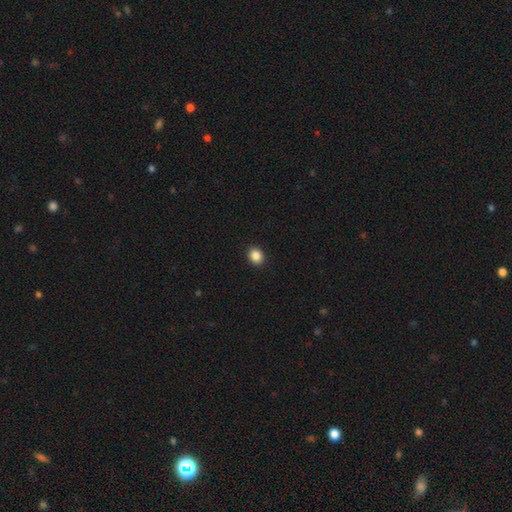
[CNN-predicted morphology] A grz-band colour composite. It shows a smooth galaxy with no disk features (87%) that is round (63%). Merging: none (92%).